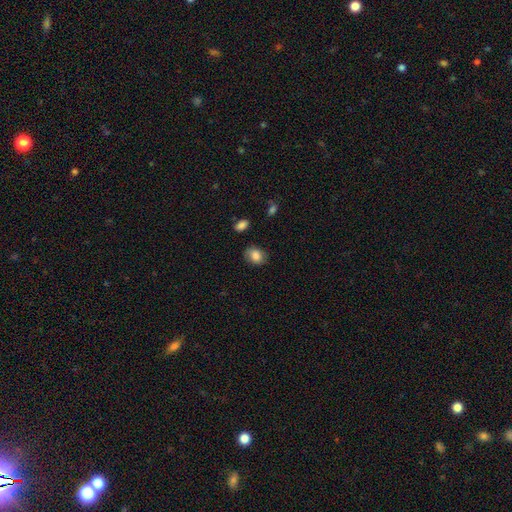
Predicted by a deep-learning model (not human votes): Smooth or featured? Predicted: smooth (p=0.81). How rounded? Predicted: in between (p=0.60). Merging? Predicted: none (p=0.80).